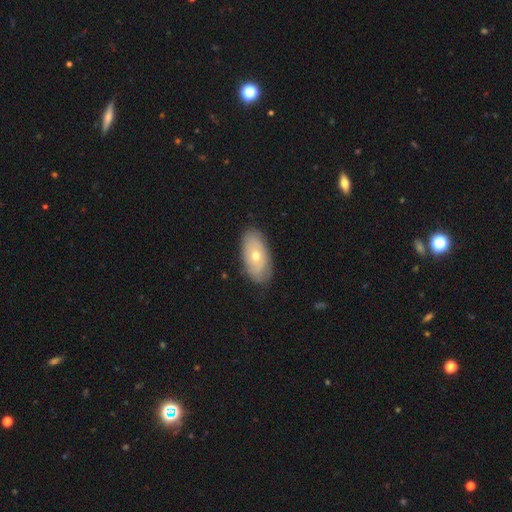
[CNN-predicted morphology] Overall: smooth (54%; featured or disk 40%). How rounded: in between (91%). Merging: none (80%).